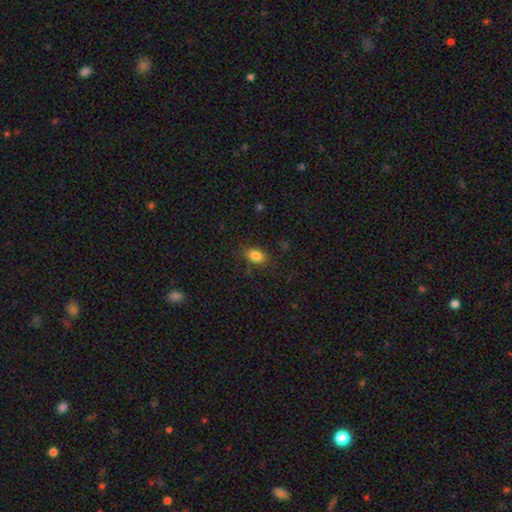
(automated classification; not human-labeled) Smooth or featured? Predicted: smooth (p=0.83). How rounded? Predicted: in between (p=0.83). Merging? Predicted: none (p=0.80).